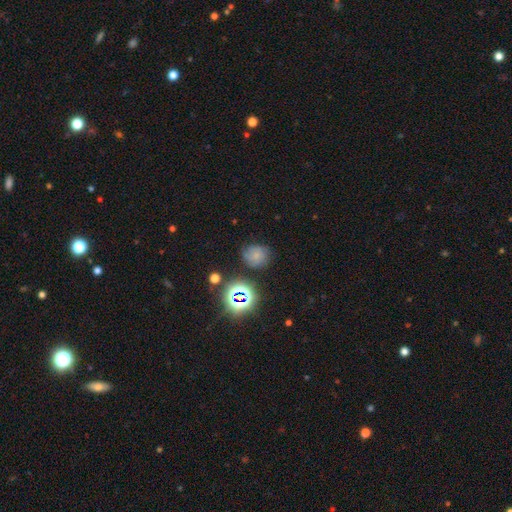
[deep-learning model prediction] smooth 55%, star or artifact 23%, featured or disk 22%. Down the decision tree: how rounded — round (78%); merging — none (67%).